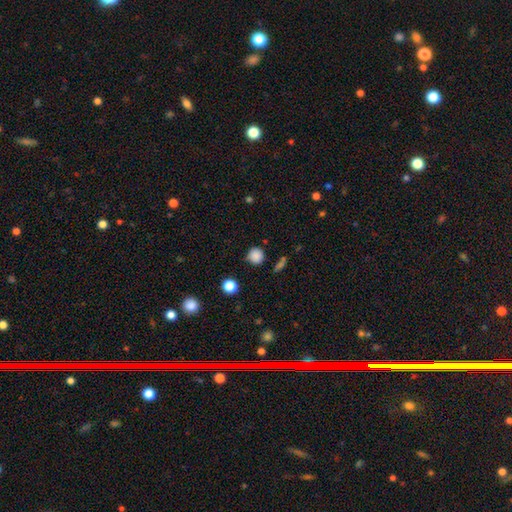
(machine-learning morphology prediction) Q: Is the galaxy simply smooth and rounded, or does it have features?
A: smooth — 84%.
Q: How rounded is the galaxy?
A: round — 92%.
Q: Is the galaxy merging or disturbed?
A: none — 81%.